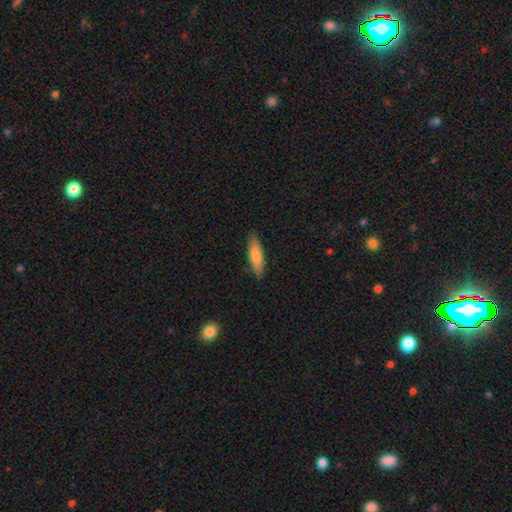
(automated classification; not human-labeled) This is likely a smooth galaxy (77%). How rounded: likely cigar-shaped (63%). Merging: clearly none (86%).